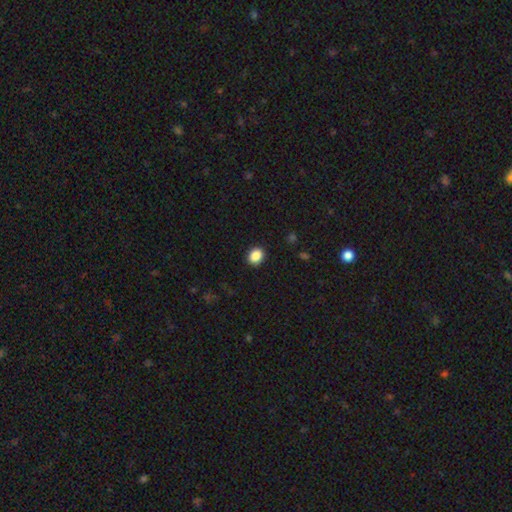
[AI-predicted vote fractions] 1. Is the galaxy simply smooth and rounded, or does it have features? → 88% smooth, 9% star or artifact, 3% featured or disk.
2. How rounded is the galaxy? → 51% round, 48% in between, 1% cigar-shaped.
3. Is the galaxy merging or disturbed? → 90% none, 7% minor disturbance, 2% major disturbance, 1% merger.